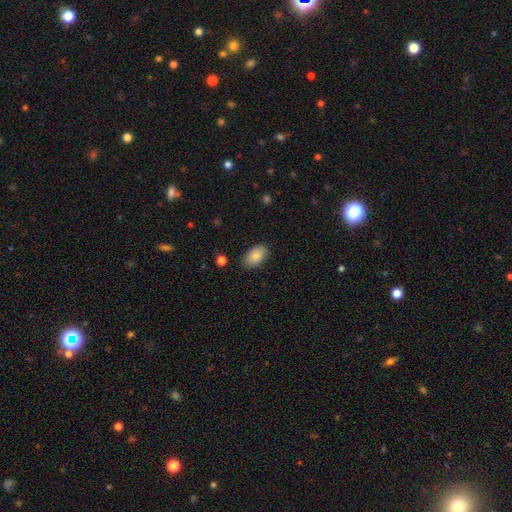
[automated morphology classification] Smooth or featured? Predicted: smooth (p=0.85). How rounded? Predicted: in between (p=0.93). Merging? Predicted: none (p=0.86).